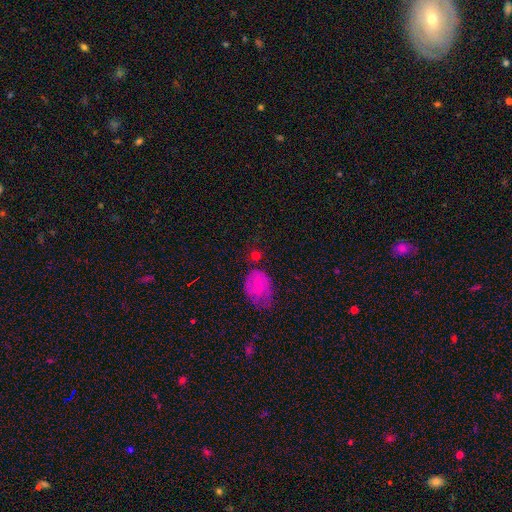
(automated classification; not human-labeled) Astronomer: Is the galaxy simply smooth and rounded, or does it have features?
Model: smooth — 58%.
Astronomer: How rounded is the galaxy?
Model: round — 68%.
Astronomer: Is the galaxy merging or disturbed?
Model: none — 61%.